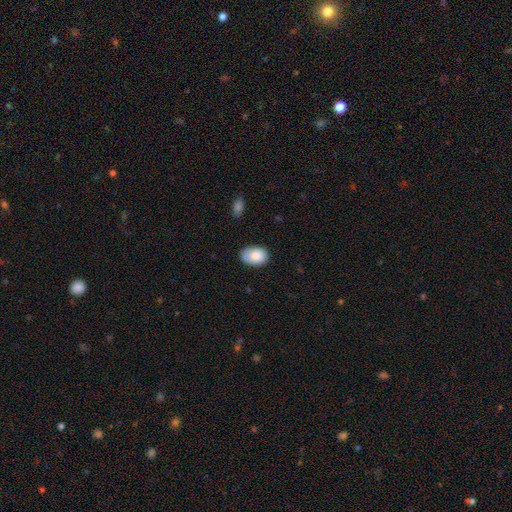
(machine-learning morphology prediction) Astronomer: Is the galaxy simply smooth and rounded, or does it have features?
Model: smooth — 84%.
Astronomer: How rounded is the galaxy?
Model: in between — 83%.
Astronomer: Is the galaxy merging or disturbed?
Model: none — 71%.